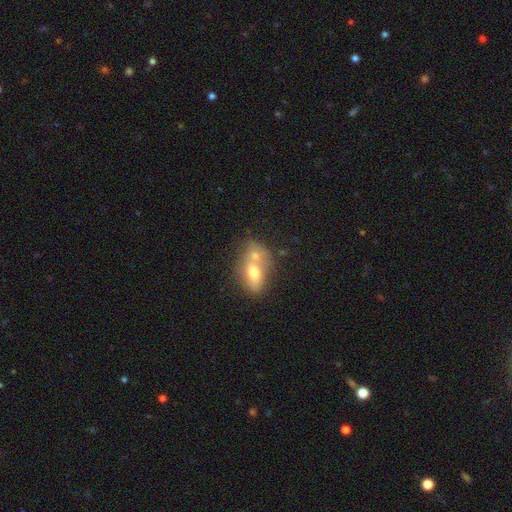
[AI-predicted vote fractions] Smooth or featured? Predicted: smooth (p=0.67). How rounded? Predicted: in between (p=0.74). Merging? Predicted: merger (p=0.63).